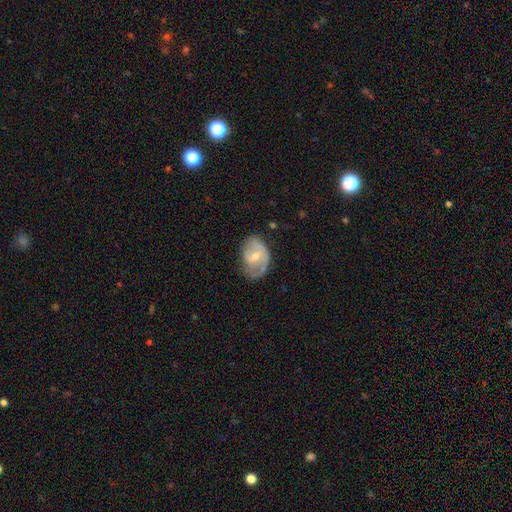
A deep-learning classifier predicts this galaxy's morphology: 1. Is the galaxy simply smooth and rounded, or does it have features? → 61% featured or disk, 32% smooth, 6% star or artifact.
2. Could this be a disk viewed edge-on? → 96% no, 4% yes.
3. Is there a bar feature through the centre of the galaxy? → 51% weak, 37% no, 12% strong.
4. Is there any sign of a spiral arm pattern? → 76% yes, 24% no.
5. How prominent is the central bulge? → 50% moderate, 44% small, 3% none, 2% large, 1% dominant.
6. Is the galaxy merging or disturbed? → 52% none, 31% minor disturbance, 15% major disturbance, 2% merger.